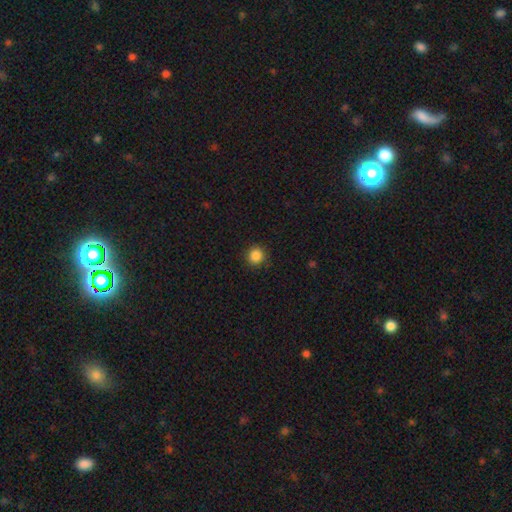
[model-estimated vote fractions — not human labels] Morphology: type=smooth (87%); roundness=round (92%); merging=none (89%).